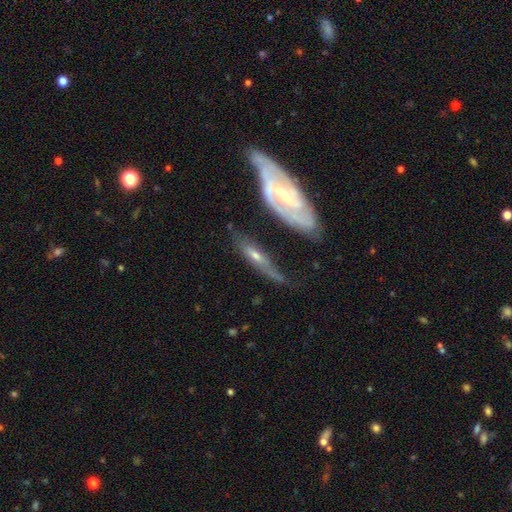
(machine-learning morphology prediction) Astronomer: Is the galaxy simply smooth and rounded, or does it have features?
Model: featured or disk — 65%.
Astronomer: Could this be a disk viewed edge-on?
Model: no — 54% (runner-up: yes, 46%).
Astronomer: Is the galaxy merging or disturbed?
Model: none — 50% (runner-up: minor disturbance, 27%).